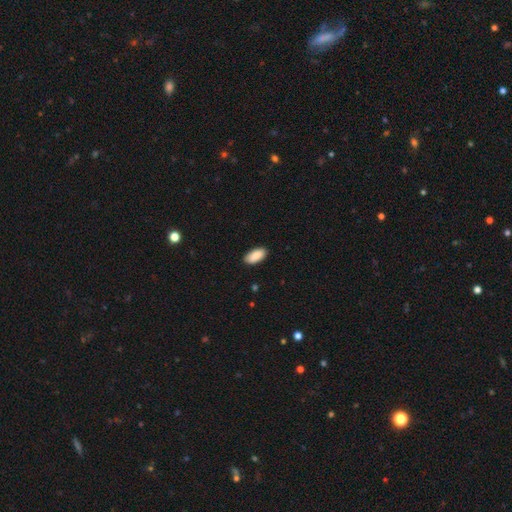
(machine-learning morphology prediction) A smooth galaxy with no disk features (90%) that is in between round and cigar-shaped (93%). Merging: none (88%).